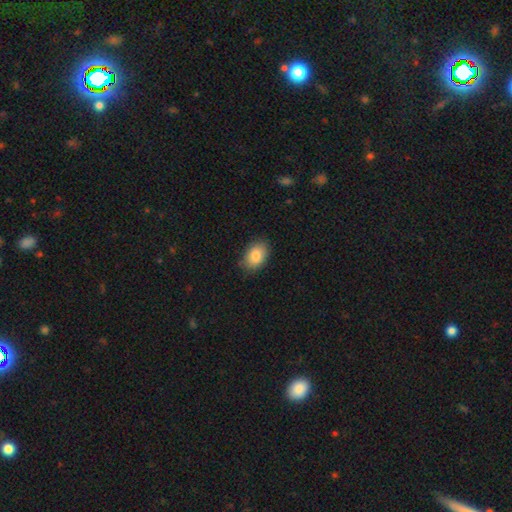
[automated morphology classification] type=smooth (84%); roundness=in between (84%); merging=none (83%).